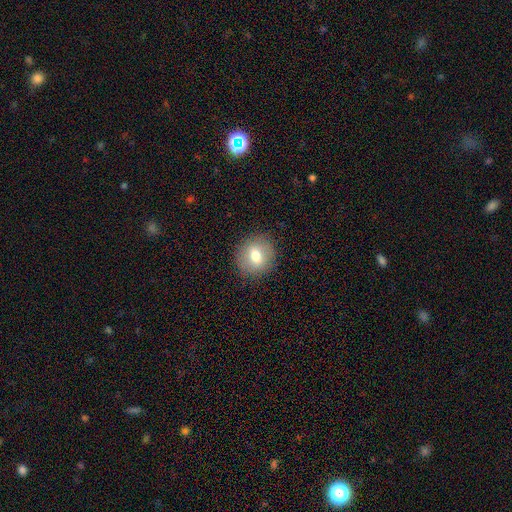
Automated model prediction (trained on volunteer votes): This appears to be a smooth galaxy with no disk features (71%) that is round (79%). Merging: none (88%).